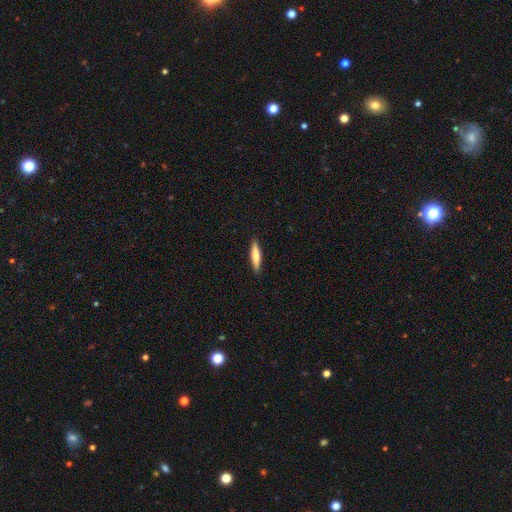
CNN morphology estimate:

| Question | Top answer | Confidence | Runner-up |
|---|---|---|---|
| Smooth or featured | smooth | 71% | featured or disk (23%) |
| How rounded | cigar-shaped | 83% | in between (15%) |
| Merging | none | 90% | minor disturbance (7%) |